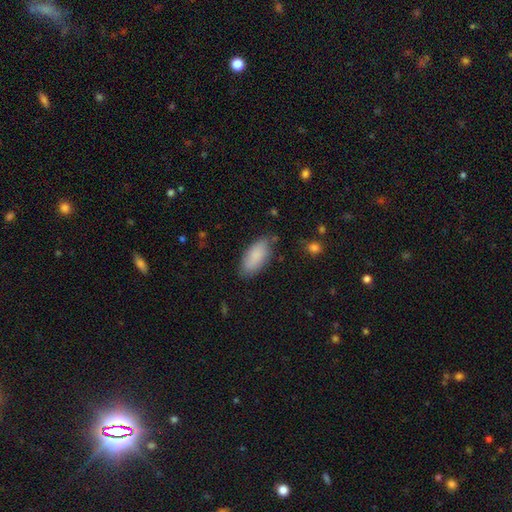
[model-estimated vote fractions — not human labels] Smooth or featured? Predicted: smooth (p=0.86). How rounded? Predicted: in between (p=0.86). Merging? Predicted: none (p=0.79).